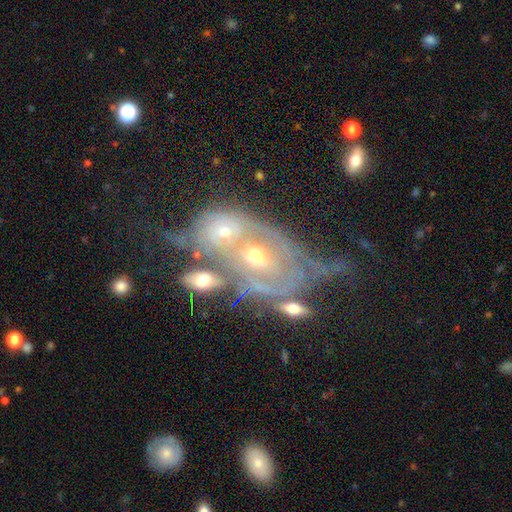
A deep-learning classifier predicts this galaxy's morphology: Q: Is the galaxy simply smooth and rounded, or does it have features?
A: featured or disk — 70%.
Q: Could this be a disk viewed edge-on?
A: no — 93%.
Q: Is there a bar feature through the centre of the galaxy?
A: no — 81%.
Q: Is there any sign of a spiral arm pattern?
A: yes — 51%.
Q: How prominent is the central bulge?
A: moderate — 55%.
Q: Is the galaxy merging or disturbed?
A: merger — 52%.